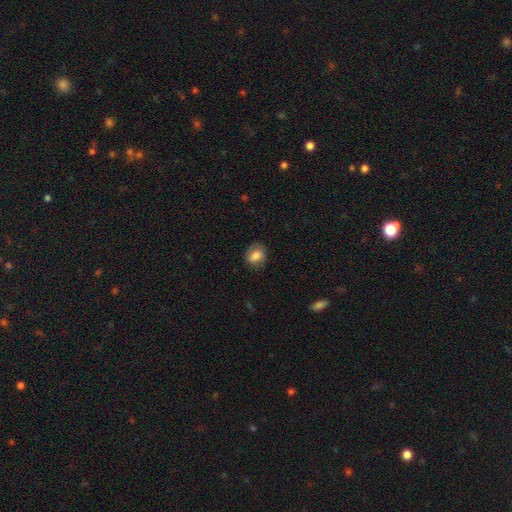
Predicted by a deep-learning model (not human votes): Smooth or featured? Predicted: smooth (p=0.67). How rounded? Predicted: in between (p=0.54). Merging? Predicted: none (p=0.73).